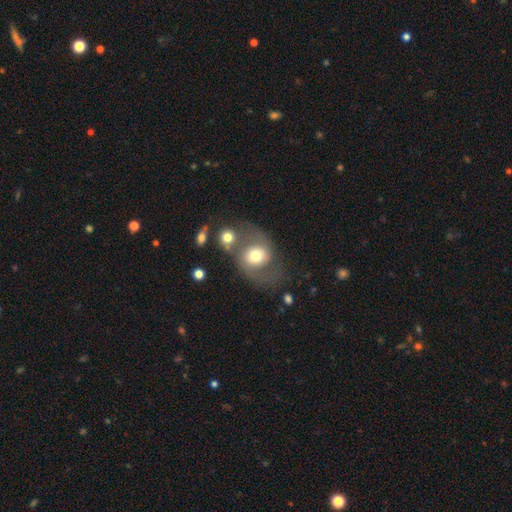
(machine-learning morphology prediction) This is possibly a featured or disk galaxy (48%). Merging: possibly none (46%).